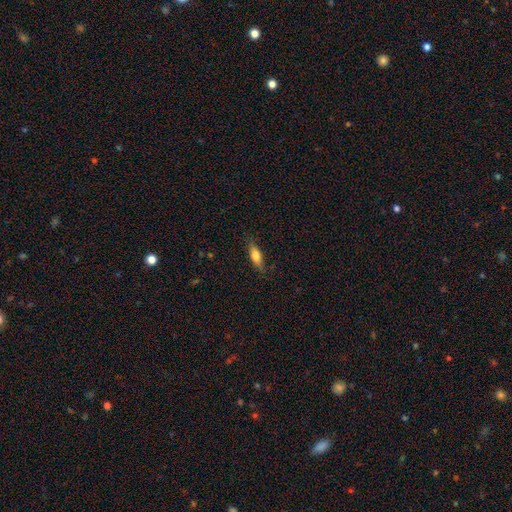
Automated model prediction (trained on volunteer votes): Overall: smooth (72%). How rounded: in between (55%; cigar-shaped 43%). Merging: none (79%).